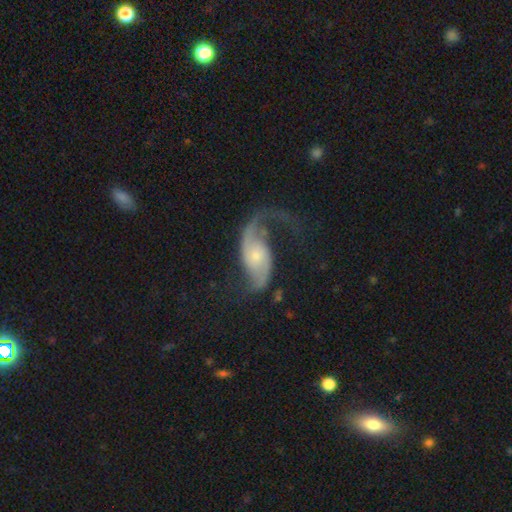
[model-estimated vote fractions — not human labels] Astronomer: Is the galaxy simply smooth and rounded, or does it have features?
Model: featured or disk — 86%.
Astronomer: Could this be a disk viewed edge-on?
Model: no — 97%.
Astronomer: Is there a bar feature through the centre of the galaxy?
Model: no — 63%.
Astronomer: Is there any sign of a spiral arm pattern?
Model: yes — 96%.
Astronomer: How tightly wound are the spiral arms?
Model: loose — 72%.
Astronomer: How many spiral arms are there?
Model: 2 — 82%.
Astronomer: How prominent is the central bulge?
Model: small — 60%.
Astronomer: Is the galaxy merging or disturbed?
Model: none — 53%.